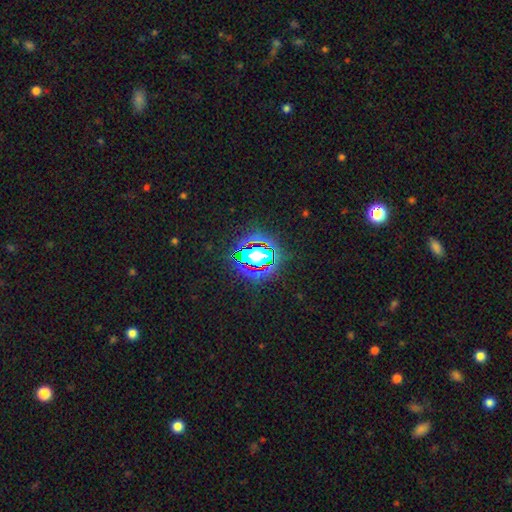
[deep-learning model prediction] Smooth or featured?
  - star or artifact: 66% *
  - smooth: 21%
  - featured or disk: 13%